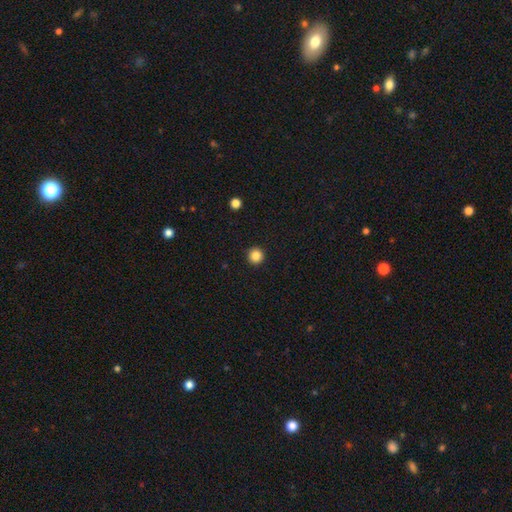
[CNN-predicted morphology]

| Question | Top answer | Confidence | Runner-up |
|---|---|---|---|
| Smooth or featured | smooth | 86% | star or artifact (10%) |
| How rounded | round | 96% | in between (3%) |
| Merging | none | 93% | minor disturbance (4%) |